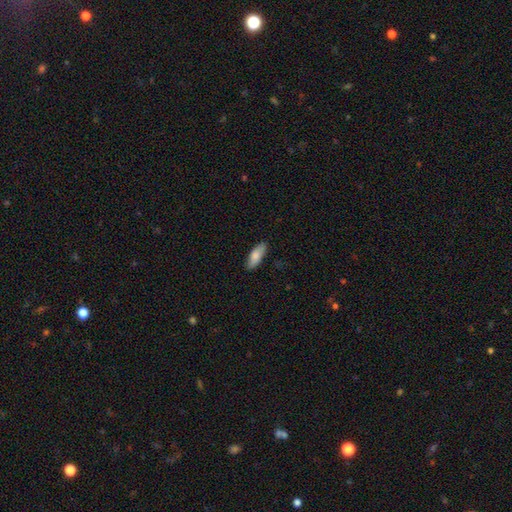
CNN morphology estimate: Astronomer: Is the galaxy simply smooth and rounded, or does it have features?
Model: smooth — 82%.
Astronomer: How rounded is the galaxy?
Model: in between — 67%.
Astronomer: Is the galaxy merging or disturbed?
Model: none — 86%.